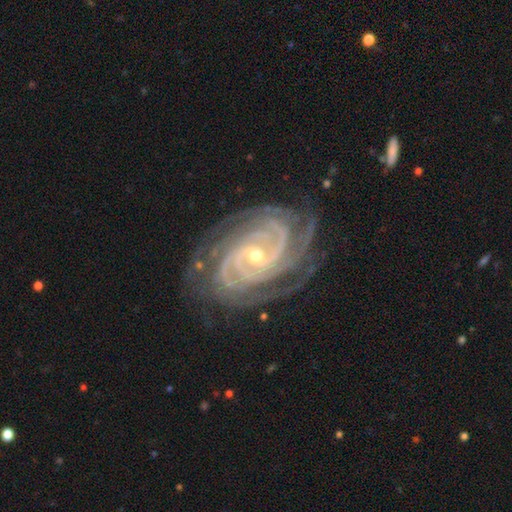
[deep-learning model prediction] Smooth or featured?
  - featured or disk: 94% *
  - star or artifact: 4%
  - smooth: 2%
Edge-on disk?
  - no: 97% *
  - yes: 3%
Bar?
  - no: 45% *
  - weak: 34%
  - strong: 21%
Spiral arms?
  - yes: 99% *
  - no: 1%
Spiral winding?
  - tight: 81% *
  - medium: 17%
  - loose: 2%
Spiral arm count?
  - 4: 23% *
  - 3: 22%
  - 2: 19%
  - can't tell: 14%
  - more than 4: 14%
  - 1: 8%
Bulge size?
  - small: 63% *
  - moderate: 34%
  - large: 1%
  - none: 1%
  - dominant: 1%
Merging?
  - none: 79% *
  - minor disturbance: 15%
  - major disturbance: 5%
  - merger: 1%